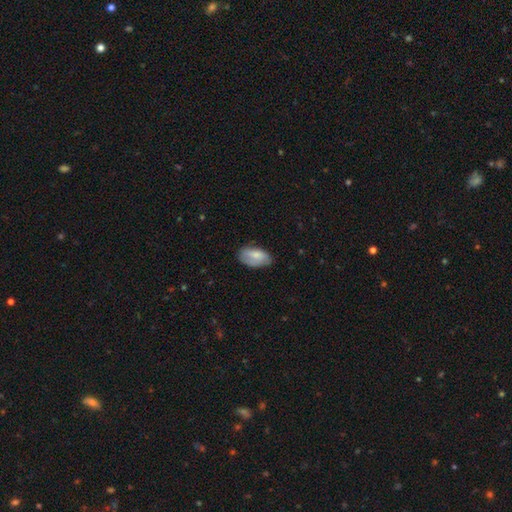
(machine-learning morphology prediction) Q: Smooth or featured?
A: smooth (71%); runner-up: featured or disk (22%)
Q: How rounded?
A: in between (93%); runner-up: round (4%)
Q: Merging?
A: none (63%); runner-up: minor disturbance (28%)